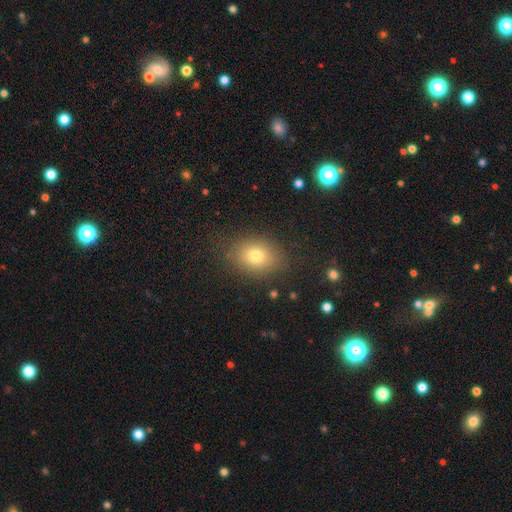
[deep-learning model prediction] The model was most divided on "how rounded": in between: 64%, round: 35%, cigar-shaped: 1%. More confident: merging — none (83%); smooth or featured — smooth (76%).